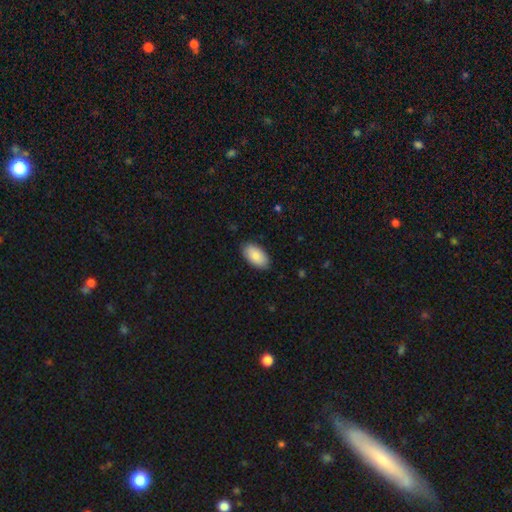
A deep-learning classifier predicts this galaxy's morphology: This is clearly a smooth galaxy (87%). How rounded: clearly in between (96%). Merging: clearly none (87%).